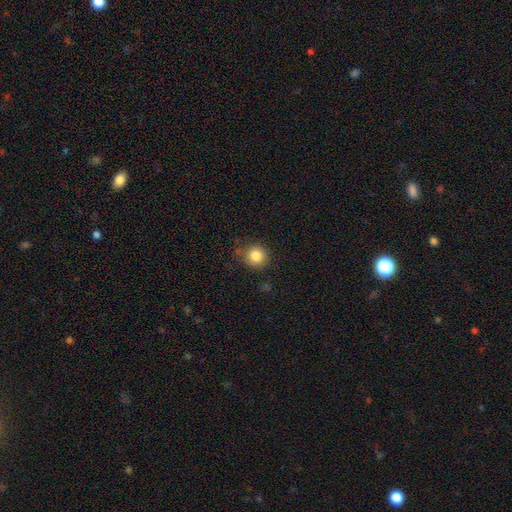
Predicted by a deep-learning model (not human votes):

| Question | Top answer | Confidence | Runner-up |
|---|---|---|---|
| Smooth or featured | smooth | 83% | star or artifact (11%) |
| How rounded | round | 89% | in between (10%) |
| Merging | none | 83% | minor disturbance (12%) |